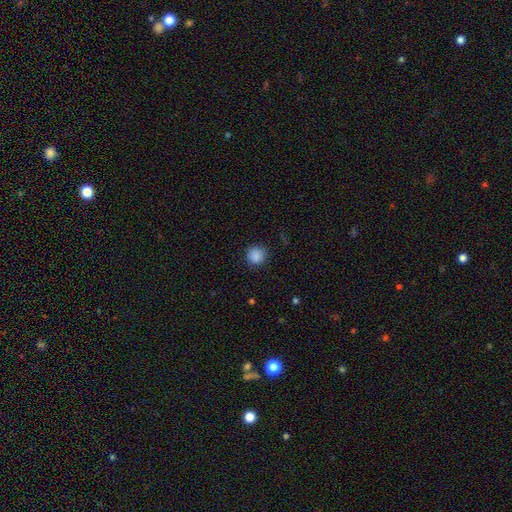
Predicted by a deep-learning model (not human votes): Overall: smooth (87%). How rounded: round (91%). Merging: none (85%).